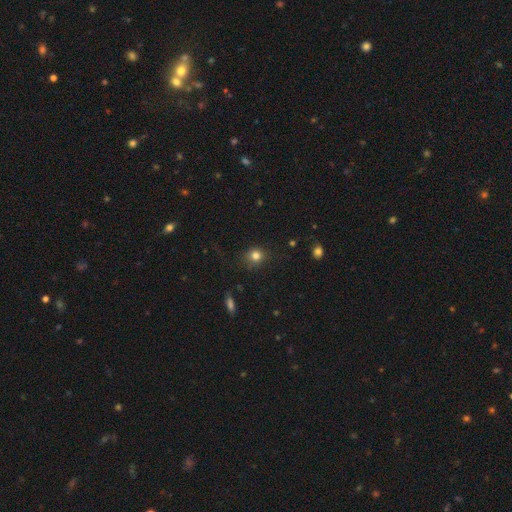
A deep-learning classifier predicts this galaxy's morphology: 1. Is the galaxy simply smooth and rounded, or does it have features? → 80% smooth, 13% star or artifact, 6% featured or disk.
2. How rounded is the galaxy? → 83% round, 16% in between, 1% cigar-shaped.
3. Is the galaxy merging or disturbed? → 81% none, 14% minor disturbance, 4% major disturbance, 1% merger.